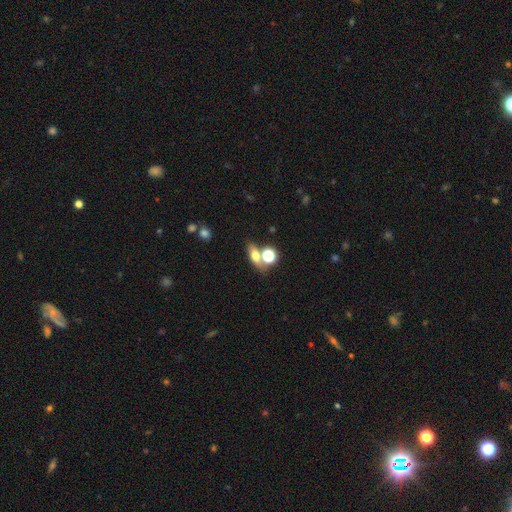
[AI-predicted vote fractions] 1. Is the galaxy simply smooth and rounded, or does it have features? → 60% smooth, 22% featured or disk, 18% star or artifact.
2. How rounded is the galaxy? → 57% in between, 26% round, 17% cigar-shaped.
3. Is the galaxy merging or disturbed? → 58% none, 27% merger, 10% minor disturbance, 5% major disturbance.